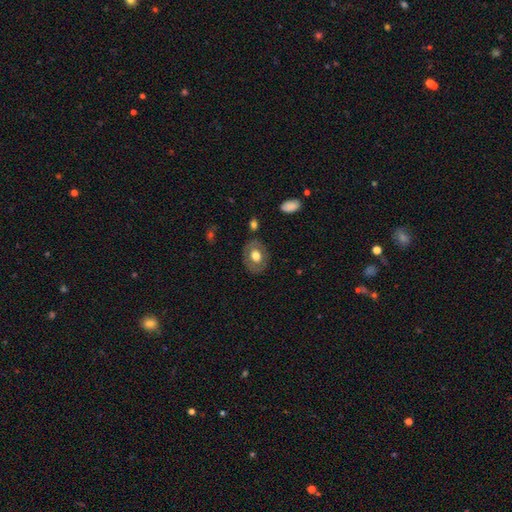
This is possibly a smooth galaxy (54%). How rounded: likely in between (65%). Merging: clearly none (88%).